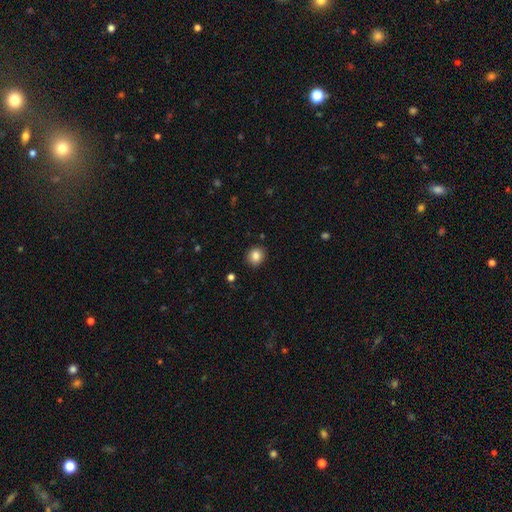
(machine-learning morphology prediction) A smooth galaxy with no disk features (85%) that is round (80%). Merging: none (88%).